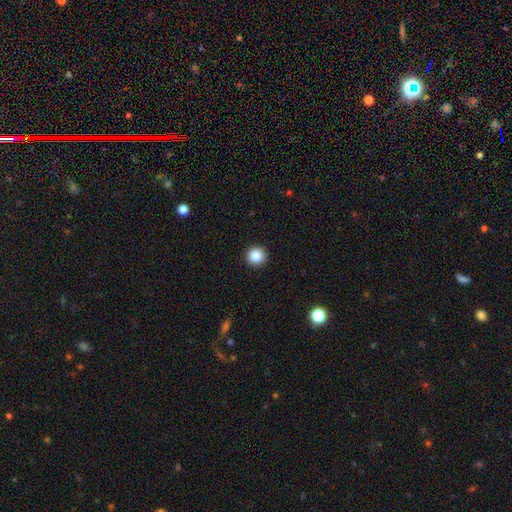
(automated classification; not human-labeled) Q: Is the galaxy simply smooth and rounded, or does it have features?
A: smooth — 88%.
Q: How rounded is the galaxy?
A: round — 95%.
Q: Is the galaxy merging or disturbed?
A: none — 92%.